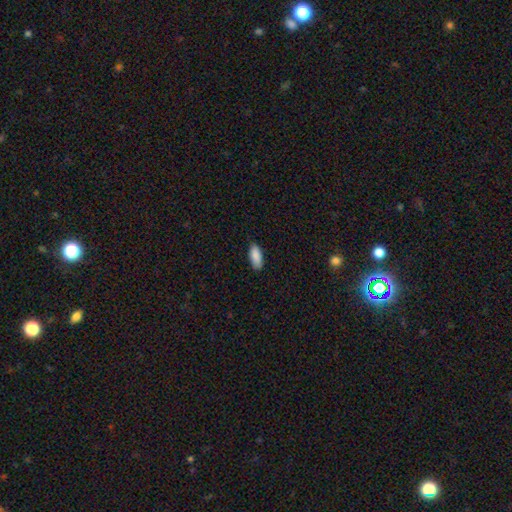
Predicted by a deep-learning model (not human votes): Smooth or featured?
  - smooth: 89% *
  - star or artifact: 6%
  - featured or disk: 4%
How rounded?
  - in between: 86% *
  - cigar-shaped: 12%
  - round: 2%
Merging?
  - none: 82% *
  - minor disturbance: 14%
  - major disturbance: 2%
  - merger: 1%